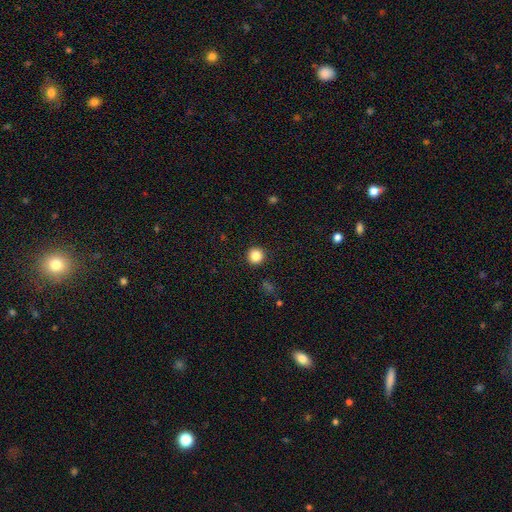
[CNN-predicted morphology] The model was most divided on "smooth or featured": smooth: 85%, star or artifact: 11%, featured or disk: 5%. More confident: how rounded — round (95%); merging — none (93%).